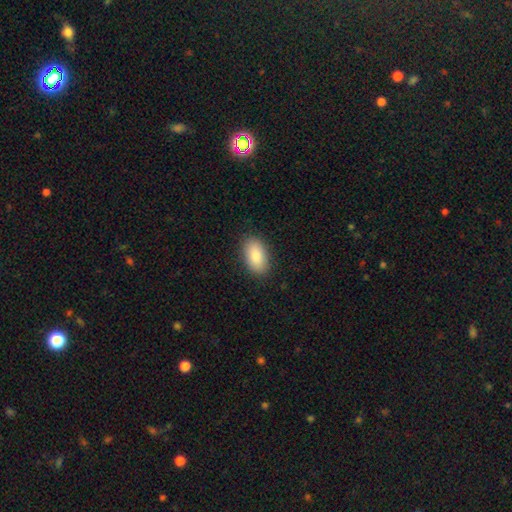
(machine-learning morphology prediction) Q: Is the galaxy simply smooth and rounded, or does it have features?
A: smooth — 87%.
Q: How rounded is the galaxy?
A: in between — 94%.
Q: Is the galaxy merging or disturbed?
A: none — 87%.